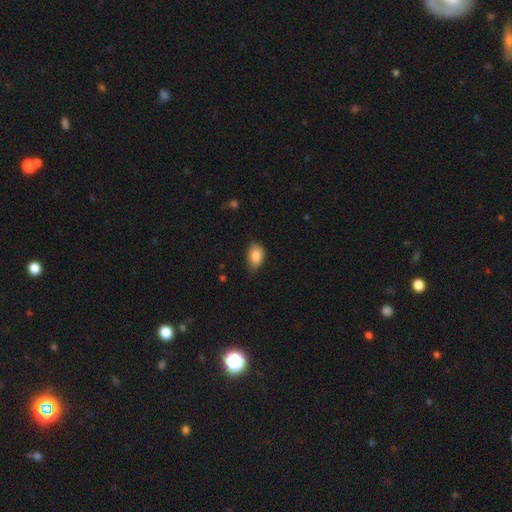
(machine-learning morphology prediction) smooth 86%, star or artifact 7%, featured or disk 6%. Down the decision tree: how rounded — in between (87%); merging — none (70%).